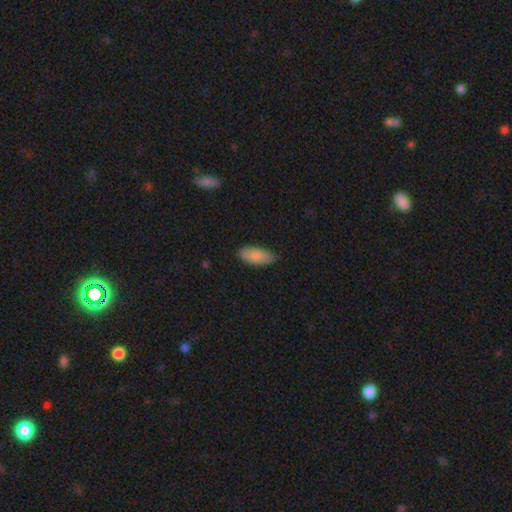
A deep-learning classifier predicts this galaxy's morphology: Smooth or featured?
  - smooth: 82% *
  - featured or disk: 11%
  - star or artifact: 6%
How rounded?
  - in between: 89% *
  - cigar-shaped: 9%
  - round: 2%
Merging?
  - none: 79% *
  - minor disturbance: 18%
  - major disturbance: 2%
  - merger: 1%